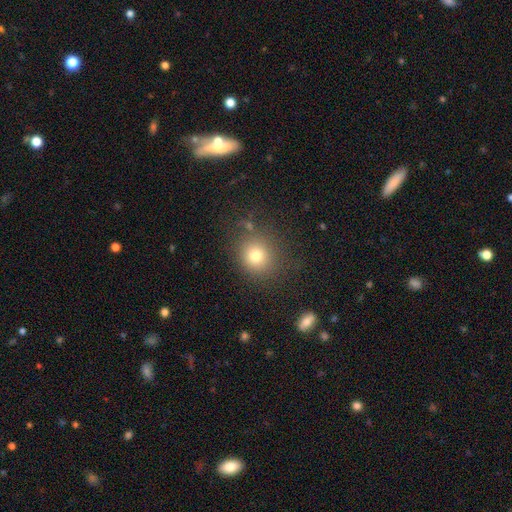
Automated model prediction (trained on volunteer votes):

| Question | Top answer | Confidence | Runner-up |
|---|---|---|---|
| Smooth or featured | smooth | 76% | star or artifact (15%) |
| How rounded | round | 84% | in between (15%) |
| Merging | none | 80% | minor disturbance (11%) |